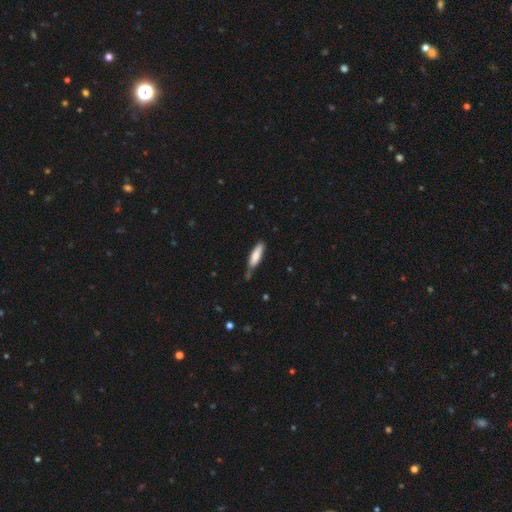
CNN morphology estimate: Smooth or featured? Predicted: smooth (p=0.79). How rounded? Predicted: cigar-shaped (p=0.66). Merging? Predicted: none (p=0.59).